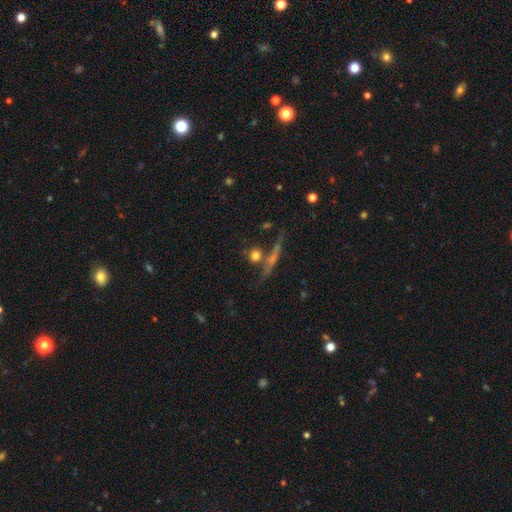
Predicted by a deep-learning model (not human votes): Smooth or featured?
  - smooth: 68% *
  - featured or disk: 20%
  - star or artifact: 12%
How rounded?
  - round: 75% *
  - cigar-shaped: 13%
  - in between: 12%
Merging?
  - none: 61% *
  - merger: 22%
  - minor disturbance: 11%
  - major disturbance: 6%